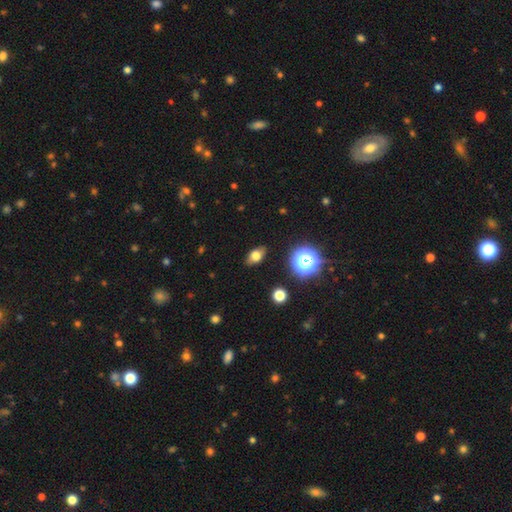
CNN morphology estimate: Smooth or featured? smooth (70%)
How rounded? in between (80%)
Merging? none (85%)